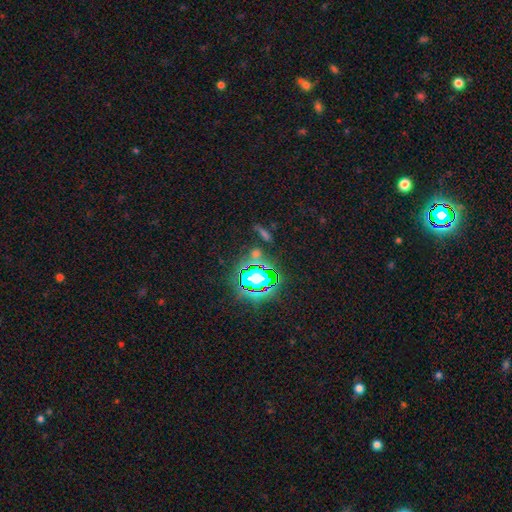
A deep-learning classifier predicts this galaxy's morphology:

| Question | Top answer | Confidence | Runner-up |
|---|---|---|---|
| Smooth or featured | star or artifact | 71% | smooth (17%) |